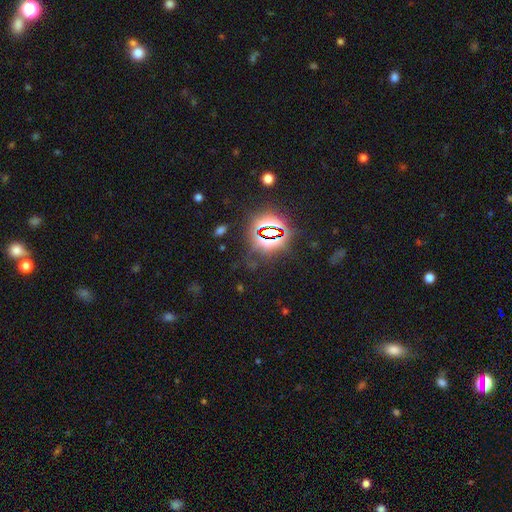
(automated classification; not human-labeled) Overall: star or artifact (81%).